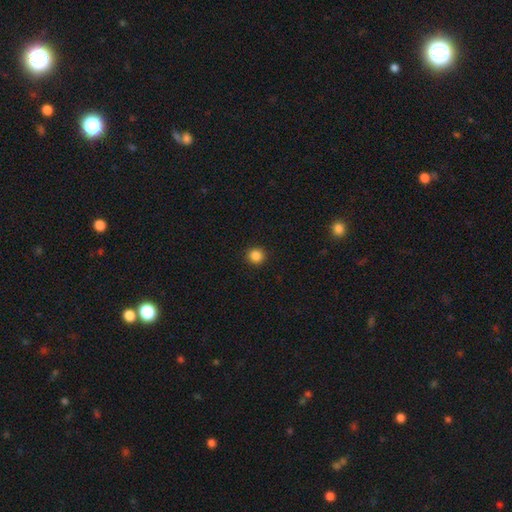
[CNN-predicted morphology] A smooth galaxy with no disk features (86%) that is round (94%). Merging: none (93%).